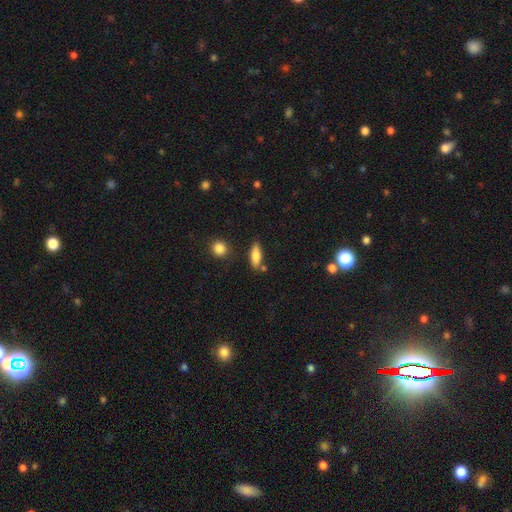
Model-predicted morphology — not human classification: Overall: smooth (78%). How rounded: in between (61%; cigar-shaped 36%). Merging: none (76%).